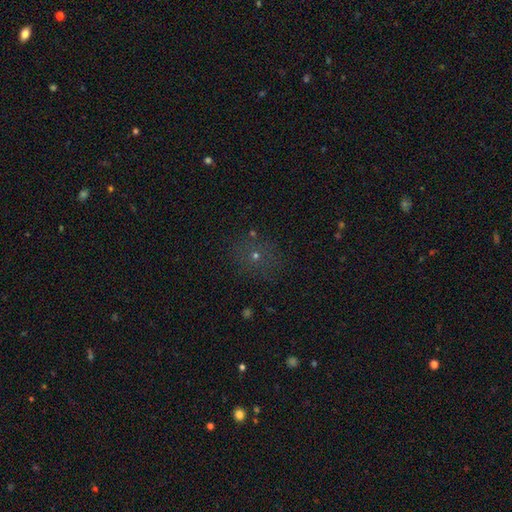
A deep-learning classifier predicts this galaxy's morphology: Smooth or featured? Predicted: smooth (p=0.50). Merging? Predicted: none (p=0.79).